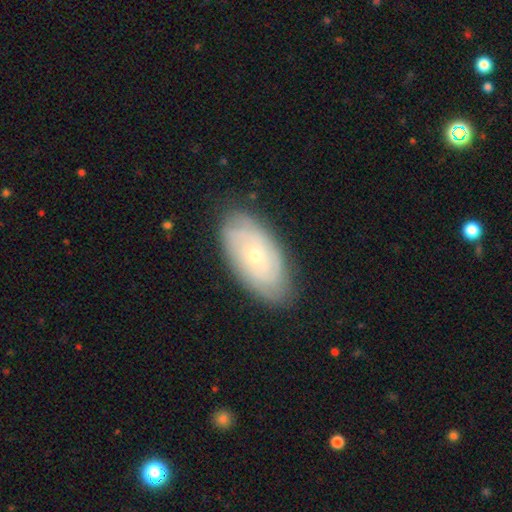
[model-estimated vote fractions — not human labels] Q: Smooth or featured?
A: featured or disk (67%); runner-up: smooth (26%)
Q: Edge-on disk?
A: no (93%); runner-up: yes (7%)
Q: Bar?
A: no (84%); runner-up: weak (13%)
Q: Spiral arms?
A: yes (84%); runner-up: no (16%)
Q: Spiral winding?
A: tight (77%); runner-up: medium (18%)
Q: Spiral arm count?
A: can't tell (55%); runner-up: 2 (16%)
Q: Bulge size?
A: small (74%); runner-up: moderate (23%)
Q: Merging?
A: none (81%); runner-up: minor disturbance (14%)